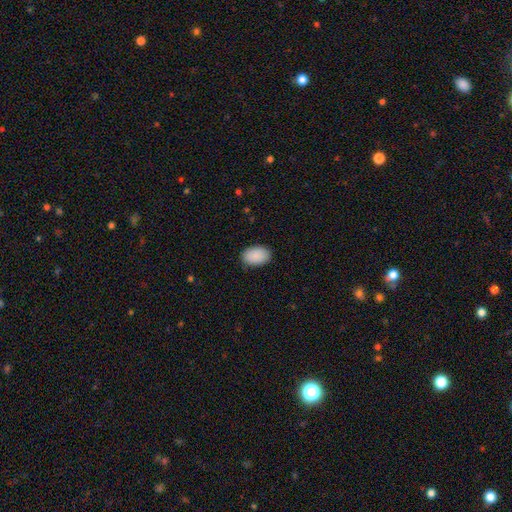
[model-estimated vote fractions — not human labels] Morphology: type=smooth (91%); roundness=in between (92%); merging=none (87%).